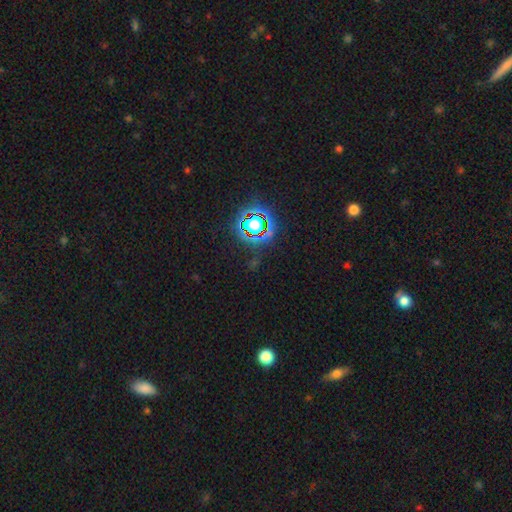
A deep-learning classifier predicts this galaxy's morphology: Smooth or featured? star or artifact (79%)